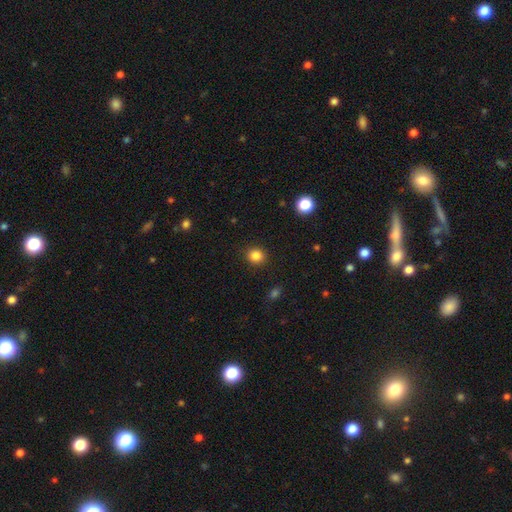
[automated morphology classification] Smooth or featured? Predicted: smooth (p=0.85). How rounded? Predicted: round (p=0.83). Merging? Predicted: none (p=0.91).